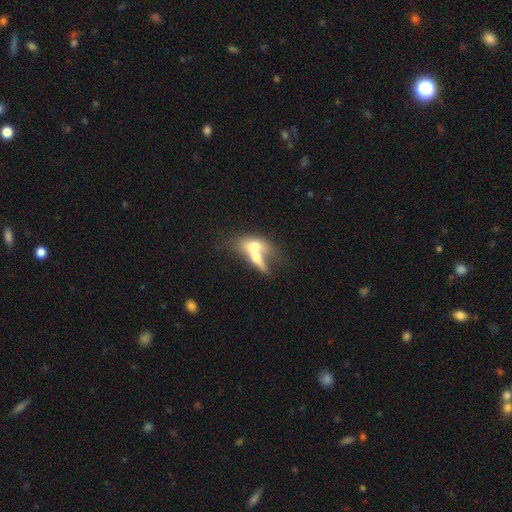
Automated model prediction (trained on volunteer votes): smooth-or-featured: smooth: 58% | featured or disk: 35% | star or artifact: 7%
  how-rounded: in between: 64% | cigar-shaped: 21% | round: 15%
  merging: merger: 70% | none: 15% | major disturbance: 8% | minor disturbance: 7%